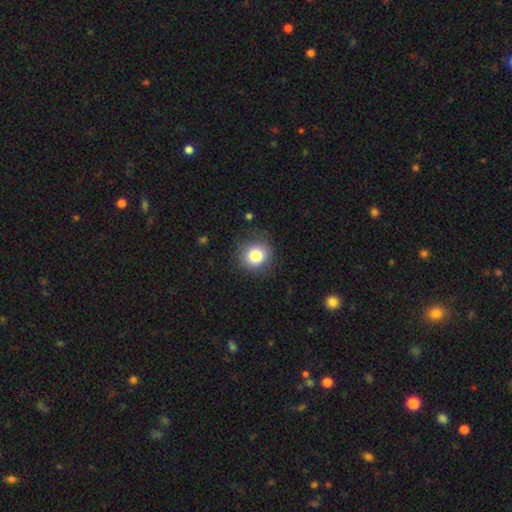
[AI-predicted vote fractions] smooth_or_featured: smooth (p=0.81) [alt: star or artifact p=0.10]
how_rounded: round (p=0.87) [alt: in between p=0.12]
merging: none (p=0.83) [alt: minor disturbance p=0.12]